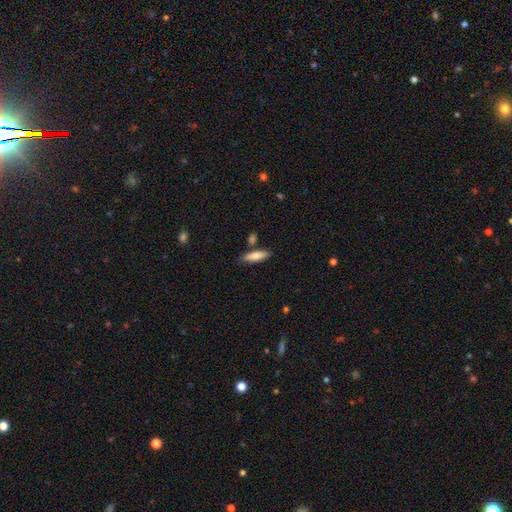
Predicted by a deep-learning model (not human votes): Smooth or featured? Predicted: smooth (p=0.78). How rounded? Predicted: cigar-shaped (p=0.56). Merging? Predicted: none (p=0.78).